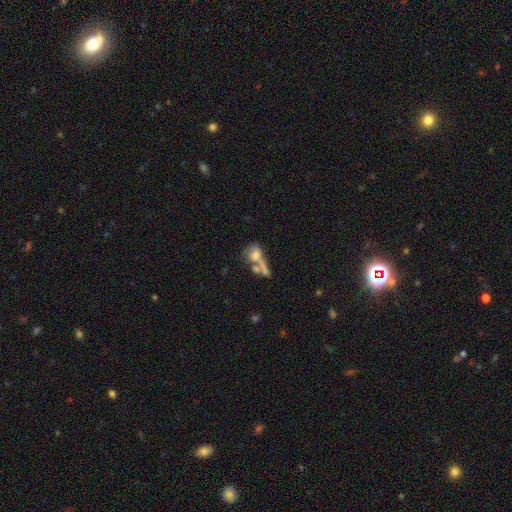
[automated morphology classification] Smooth or featured? smooth (55%)
How rounded? in between (60%)
Merging? merger (50%)